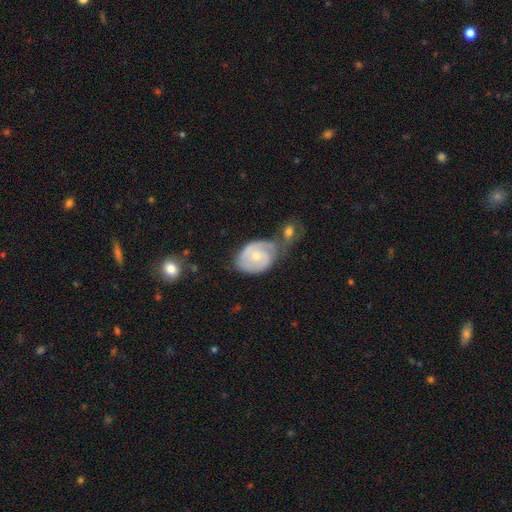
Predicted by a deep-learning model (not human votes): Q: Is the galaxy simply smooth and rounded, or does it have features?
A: featured or disk — 66%.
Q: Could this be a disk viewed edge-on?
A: no — 97%.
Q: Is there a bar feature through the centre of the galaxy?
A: no — 67%.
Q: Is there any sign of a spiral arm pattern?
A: yes — 84%.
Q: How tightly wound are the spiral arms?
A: tight — 53%.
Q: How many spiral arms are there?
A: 2 — 50%.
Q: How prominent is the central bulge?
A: small — 58%.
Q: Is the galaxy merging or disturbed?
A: merger — 32%.